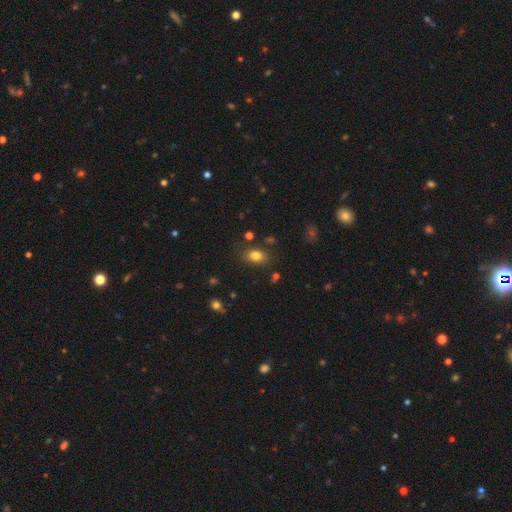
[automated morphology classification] The model was most divided on "how rounded": in between: 73%, round: 25%, cigar-shaped: 1%. More confident: merging — none (81%); smooth or featured — smooth (80%).